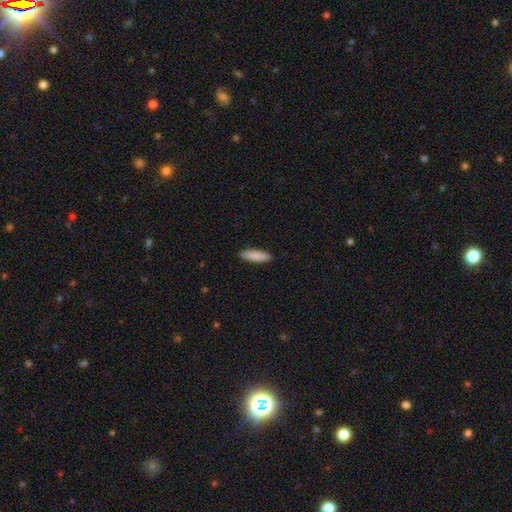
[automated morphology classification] smooth-or-featured: smooth: 88% | featured or disk: 6% | star or artifact: 6%
  how-rounded: cigar-shaped: 70% | in between: 29% | round: 1%
  merging: none: 90% | minor disturbance: 8% | major disturbance: 2% | merger: 1%